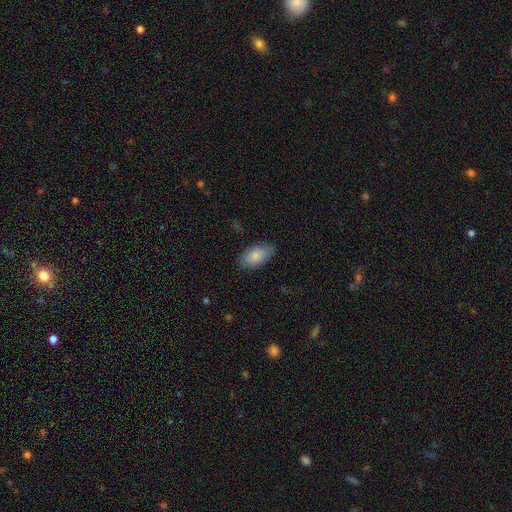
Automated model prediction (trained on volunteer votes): smooth 83%, featured or disk 10%, star or artifact 6%. Down the decision tree: how rounded — in between (94%); merging — none (81%).